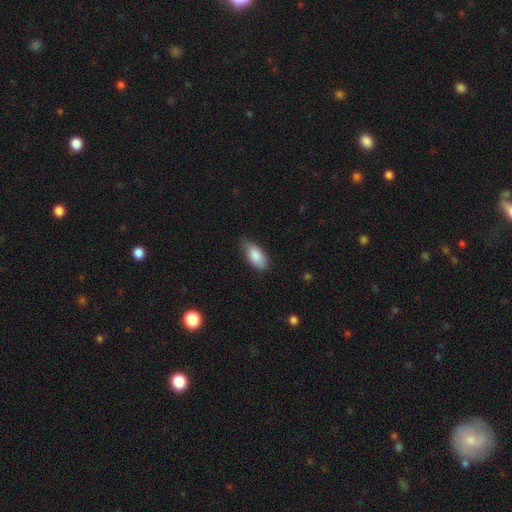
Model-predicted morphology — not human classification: smooth-or-featured: smooth: 86% | featured or disk: 8% | star or artifact: 6%
  how-rounded: in between: 90% | cigar-shaped: 8% | round: 2%
  merging: none: 65% | minor disturbance: 30% | major disturbance: 4% | merger: 1%